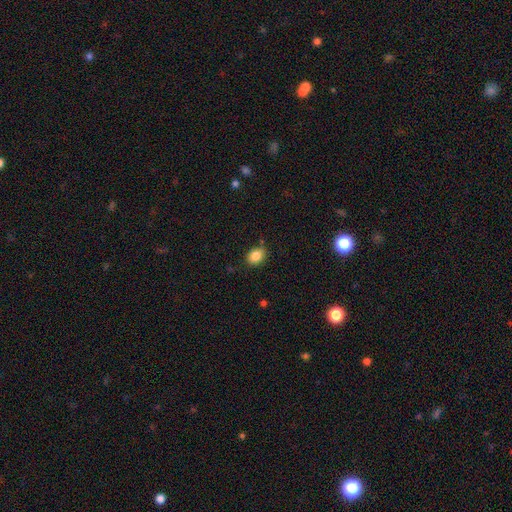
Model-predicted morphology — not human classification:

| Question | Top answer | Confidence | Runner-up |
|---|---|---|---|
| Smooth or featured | smooth | 85% | star or artifact (9%) |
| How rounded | in between | 61% | round (38%) |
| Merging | none | 81% | minor disturbance (13%) |